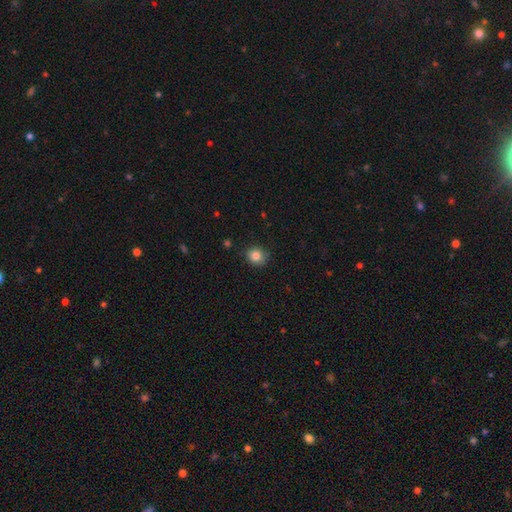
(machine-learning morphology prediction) The model was most divided on "how rounded": round: 80%, in between: 19%, cigar-shaped: 1%. More confident: smooth or featured — smooth (85%); merging — none (85%).